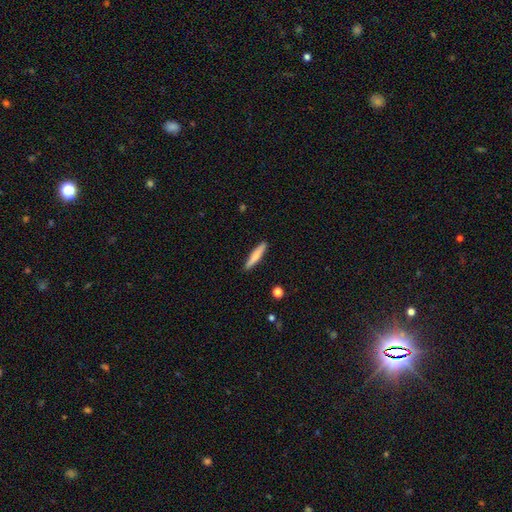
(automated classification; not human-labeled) This is likely a smooth galaxy (72%). How rounded: clearly cigar-shaped (91%). Merging: clearly none (90%).